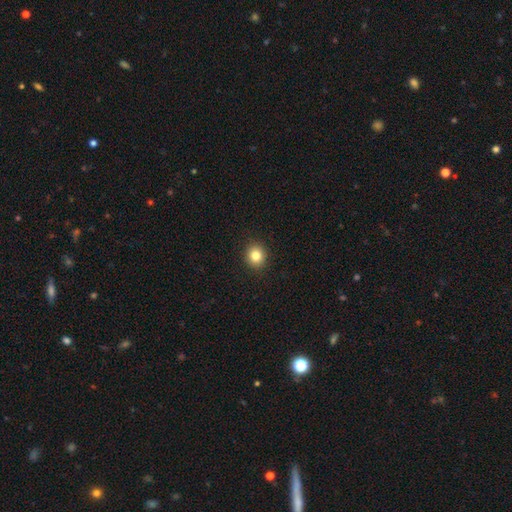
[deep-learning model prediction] Smooth or featured: smooth — 83% (star or artifact — 11%)
How rounded: round — 85% (in between — 14%)
Merging: none — 92% (minor disturbance — 5%)